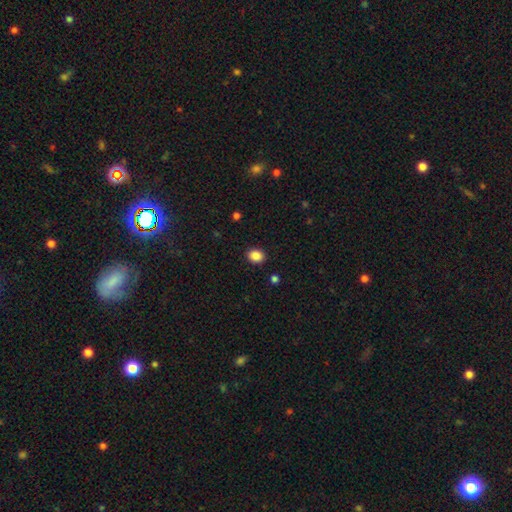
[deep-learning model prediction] smooth-or-featured: smooth: 88% | star or artifact: 9% | featured or disk: 3%
  how-rounded: in between: 50% | round: 49% | cigar-shaped: 1%
  merging: none: 90% | minor disturbance: 7% | major disturbance: 2% | merger: 1%